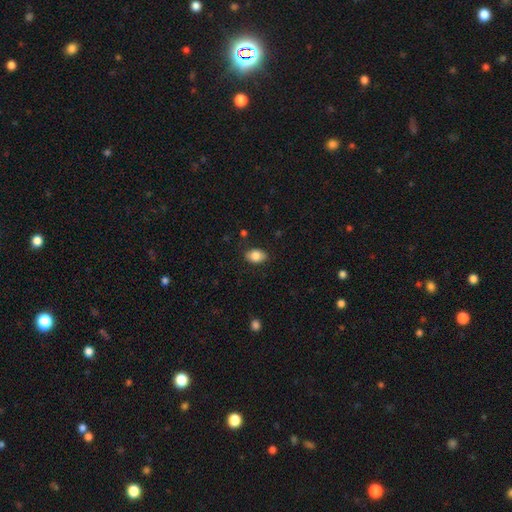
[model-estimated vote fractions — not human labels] Overall: smooth (84%). How rounded: in between (84%). Merging: none (84%).